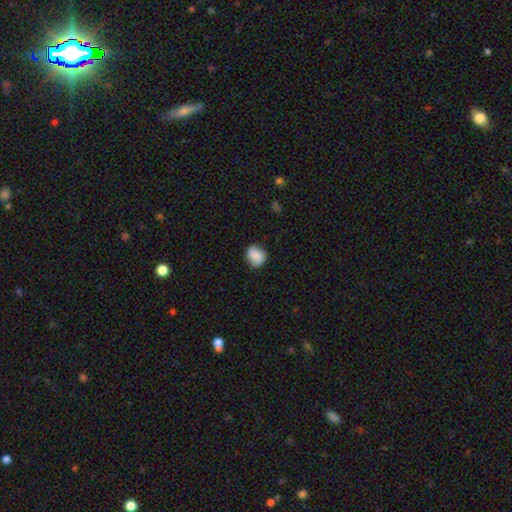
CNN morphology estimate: type=smooth (74%); roundness=round (74%); merging=none (78%).